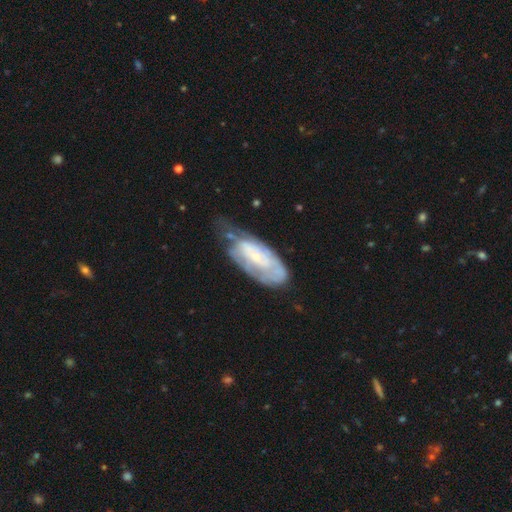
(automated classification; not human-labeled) Morphology: type=featured or disk (64%); edge-on=no (91%); bar=no (71%); spiral arms=yes (66%); bulge=small (68%); merging=none (40%).